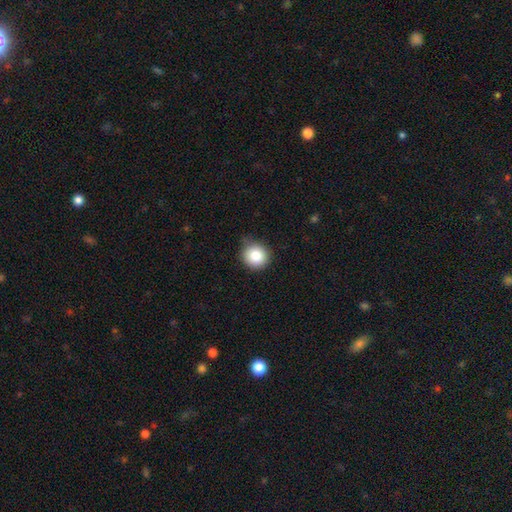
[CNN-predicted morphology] A smooth galaxy with no disk features (86%) that is round (91%). Merging: none (77%).